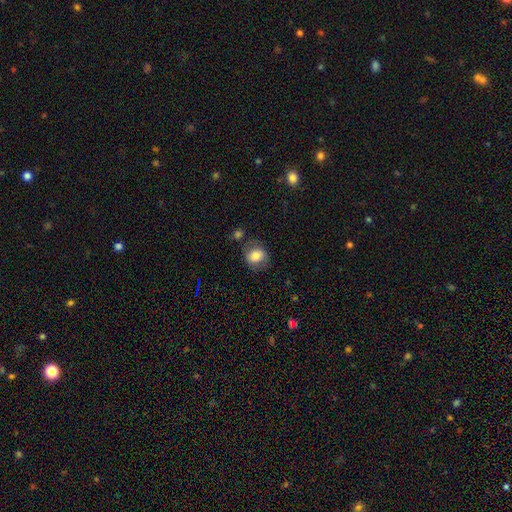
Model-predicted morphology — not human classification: smooth 77%, featured or disk 15%, star or artifact 8%. Down the decision tree: how rounded — round (58%); merging — none (69%).